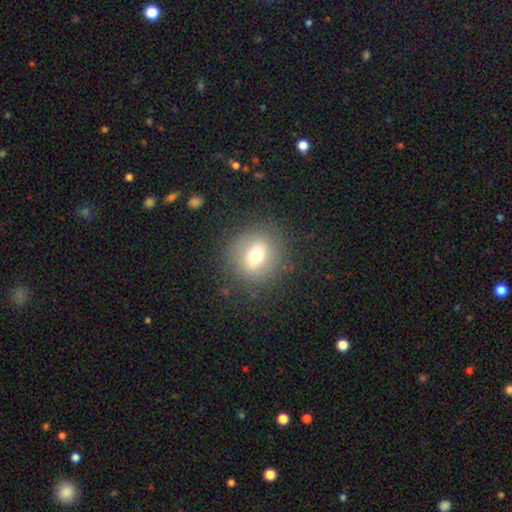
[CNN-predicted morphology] The model was most divided on "smooth or featured": smooth: 64%, featured or disk: 22%, star or artifact: 15%. More confident: merging — none (84%); how rounded — round (82%).